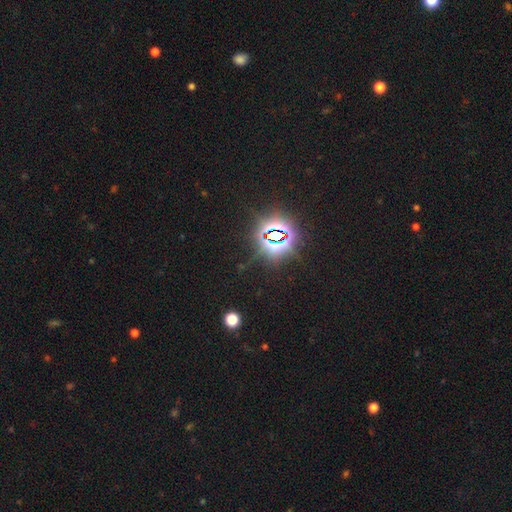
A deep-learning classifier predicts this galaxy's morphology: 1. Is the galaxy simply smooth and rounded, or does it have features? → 83% star or artifact, 10% smooth, 7% featured or disk.